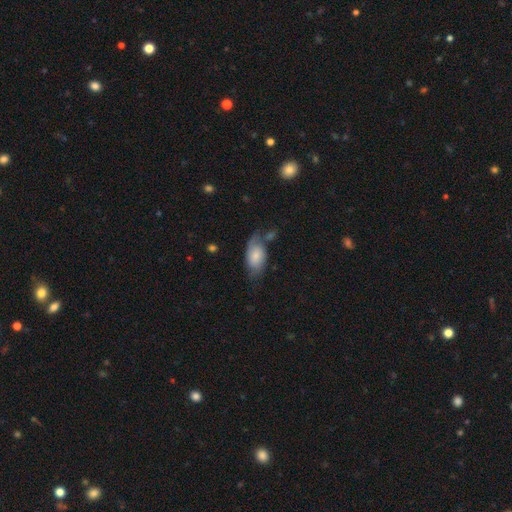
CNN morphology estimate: smooth_or_featured: smooth (p=0.70) [alt: featured or disk p=0.24]
how_rounded: in between (p=0.92) [alt: round p=0.05]
merging: none (p=0.49) [alt: minor disturbance p=0.29]